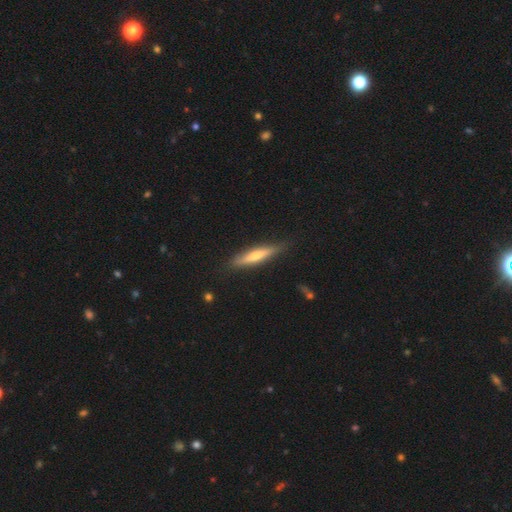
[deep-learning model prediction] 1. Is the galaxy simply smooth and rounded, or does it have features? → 50% featured or disk, 44% smooth, 6% star or artifact.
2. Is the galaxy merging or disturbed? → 84% none, 13% minor disturbance, 2% major disturbance, 1% merger.